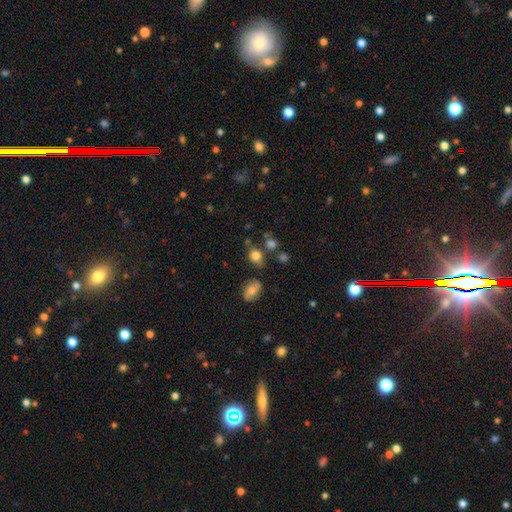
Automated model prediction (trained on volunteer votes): smooth-or-featured: smooth: 79% | star or artifact: 12% | featured or disk: 9%
  how-rounded: round: 60% | in between: 38% | cigar-shaped: 2%
  merging: none: 66% | minor disturbance: 16% | merger: 12% | major disturbance: 5%